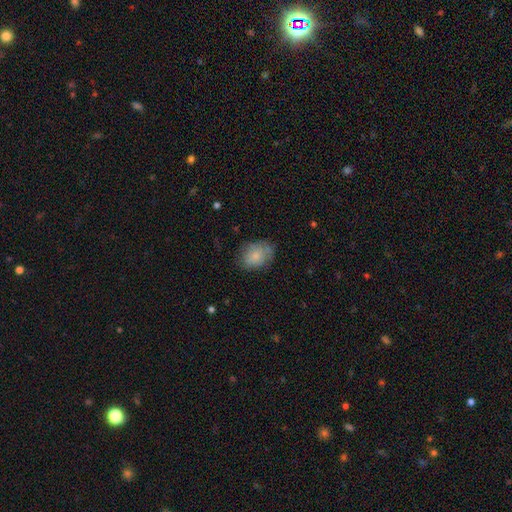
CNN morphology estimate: smooth 75%, featured or disk 17%, star or artifact 8%. Down the decision tree: how rounded — in between (65%); merging — none (68%).